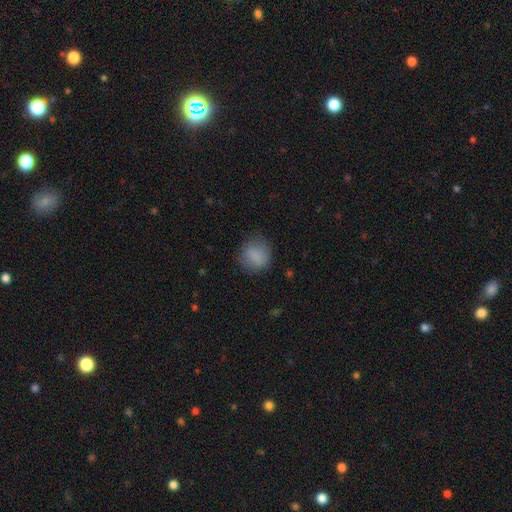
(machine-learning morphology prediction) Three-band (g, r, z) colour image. It shows a smooth galaxy with no disk features (85%) that is round (81%). Merging: none (77%).